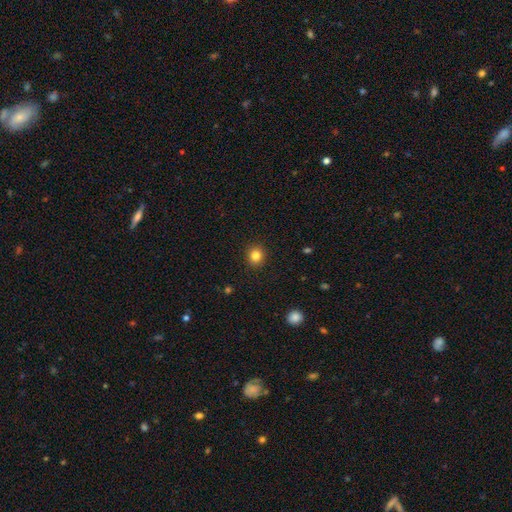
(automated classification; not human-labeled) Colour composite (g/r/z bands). It shows a smooth galaxy with no disk features (83%) that is round (87%). Merging: none (92%).